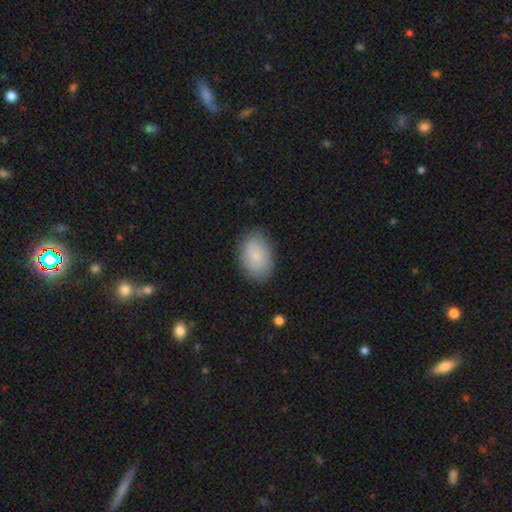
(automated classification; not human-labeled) This appears to be a smooth galaxy with no disk features (80%) that is in between round and cigar-shaped (86%). Merging: none (83%).